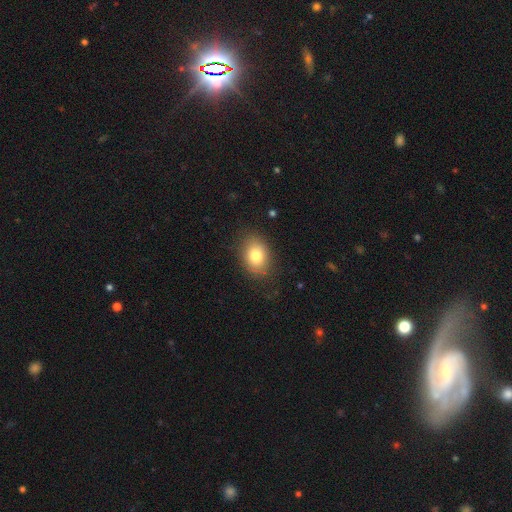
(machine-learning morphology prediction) Smooth or featured?
  - smooth: 80% *
  - featured or disk: 11%
  - star or artifact: 9%
How rounded?
  - in between: 69% *
  - round: 30%
  - cigar-shaped: 1%
Merging?
  - none: 82% *
  - minor disturbance: 12%
  - major disturbance: 4%
  - merger: 1%